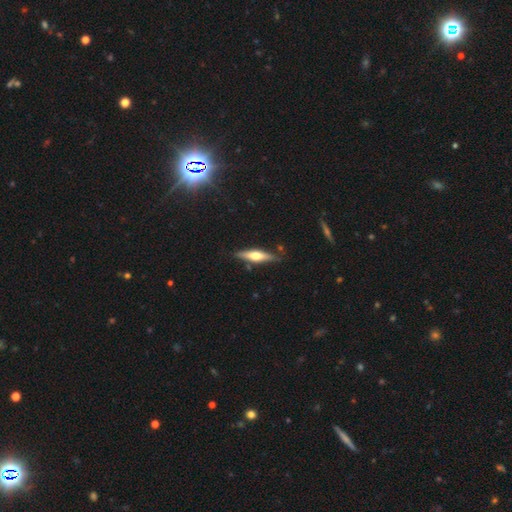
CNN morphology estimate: smooth-or-featured: featured or disk: 53% | smooth: 42% | star or artifact: 6%
  disk-edge-on: yes: 93% | no: 7%
  merging: none: 81% | minor disturbance: 13% | merger: 3% | major disturbance: 3%